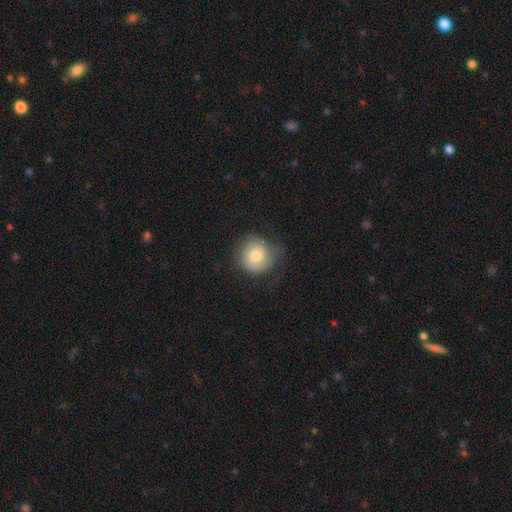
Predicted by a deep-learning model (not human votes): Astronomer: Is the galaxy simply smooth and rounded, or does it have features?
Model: smooth — 62%.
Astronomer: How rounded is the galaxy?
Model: round — 87%.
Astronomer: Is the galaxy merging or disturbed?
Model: none — 62%.